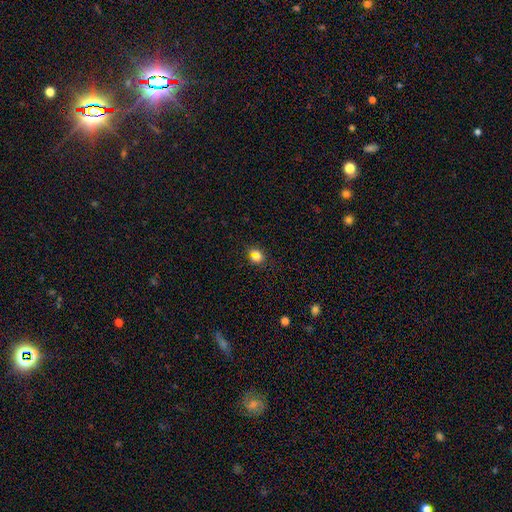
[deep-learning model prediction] A smooth galaxy with no disk features (66%) that is round (75%). Merging: none (72%).